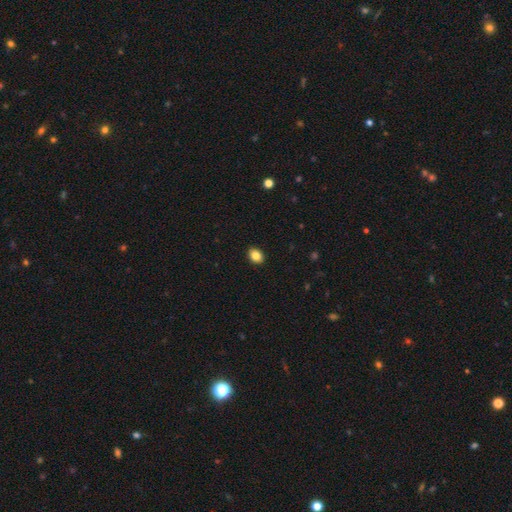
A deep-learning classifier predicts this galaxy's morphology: Overall: smooth (84%). How rounded: in between (67%; round 32%). Merging: none (91%).